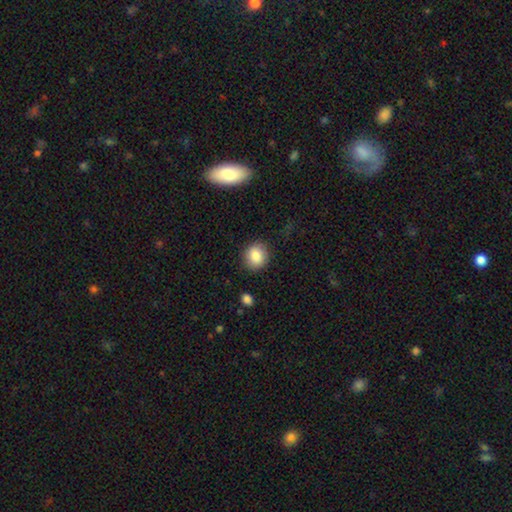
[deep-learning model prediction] This is clearly a smooth galaxy (86%). How rounded: likely round (76%). Merging: clearly none (86%).